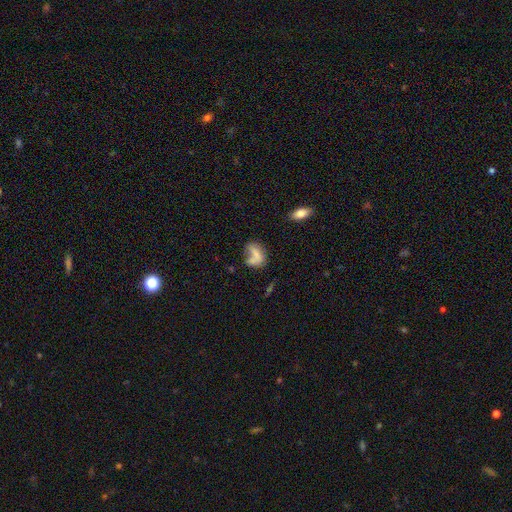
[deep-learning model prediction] A smooth galaxy with no disk features (67%) that is in between round and cigar-shaped (77%). Merging: none (35%).